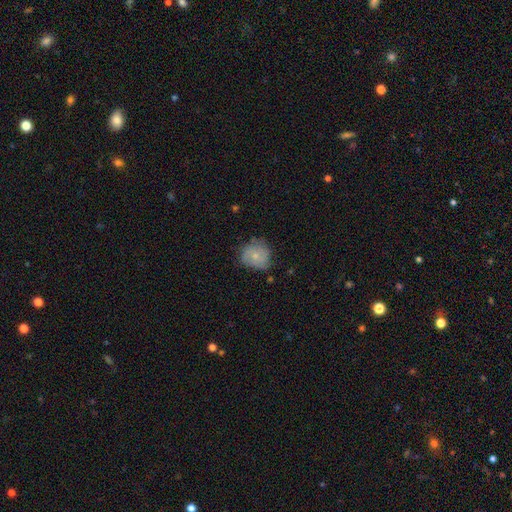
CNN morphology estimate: A smooth galaxy with no disk features (52%) that is round (78%). Merging: none (59%).